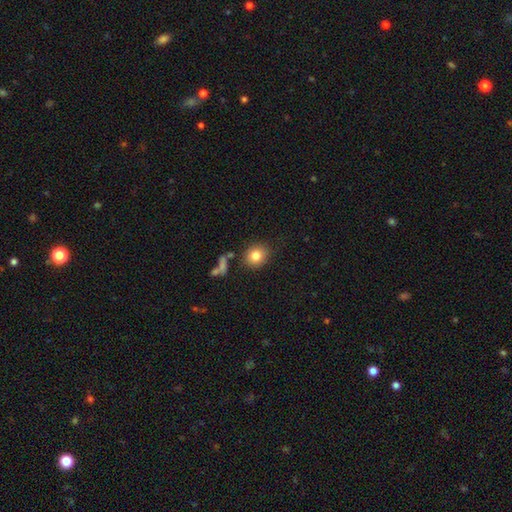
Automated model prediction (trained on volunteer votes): smooth-or-featured: smooth: 81% | star or artifact: 10% | featured or disk: 9%
  how-rounded: round: 73% | in between: 26% | cigar-shaped: 1%
  merging: none: 82% | minor disturbance: 10% | merger: 4% | major disturbance: 4%